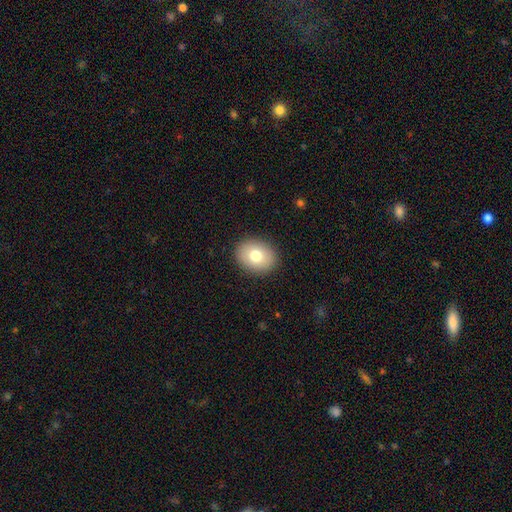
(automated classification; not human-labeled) Smooth or featured? Predicted: smooth (p=0.76). How rounded? Predicted: round (p=0.51). Merging? Predicted: none (p=0.90).